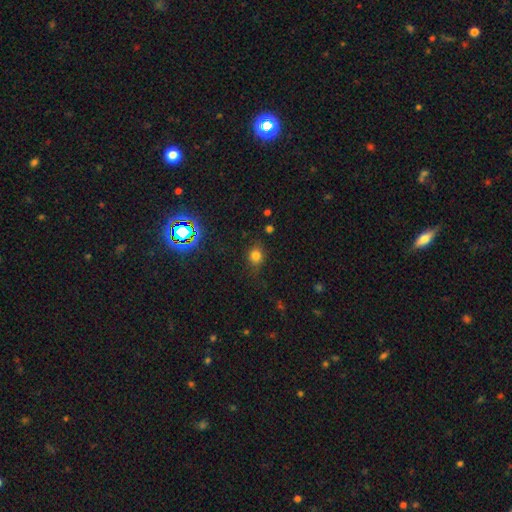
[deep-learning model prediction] smooth-or-featured: smooth: 73% | star or artifact: 19% | featured or disk: 8%
  how-rounded: round: 68% | in between: 30% | cigar-shaped: 1%
  merging: none: 75% | minor disturbance: 18% | major disturbance: 6% | merger: 2%